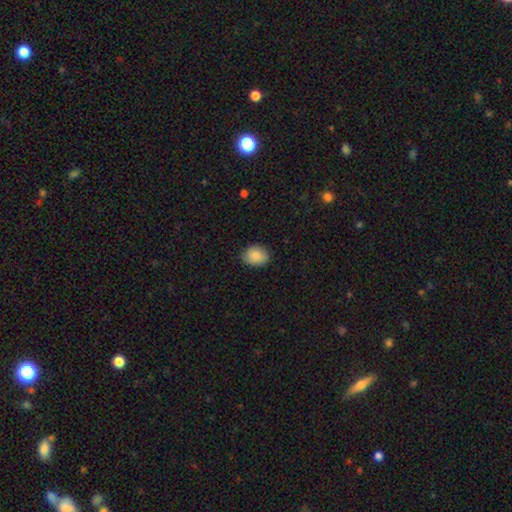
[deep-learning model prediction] Morphology: type=smooth (87%); roundness=in between (55%); merging=none (84%).